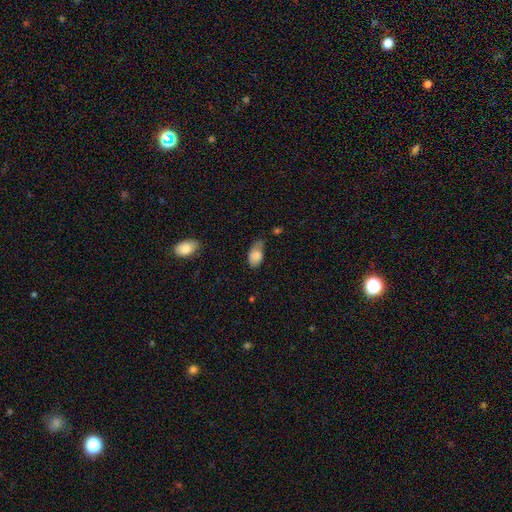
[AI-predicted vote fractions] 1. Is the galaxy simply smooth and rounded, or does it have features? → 81% smooth, 12% featured or disk, 7% star or artifact.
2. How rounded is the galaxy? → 91% in between, 7% round, 2% cigar-shaped.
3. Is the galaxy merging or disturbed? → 44% minor disturbance, 32% none, 18% major disturbance, 5% merger.